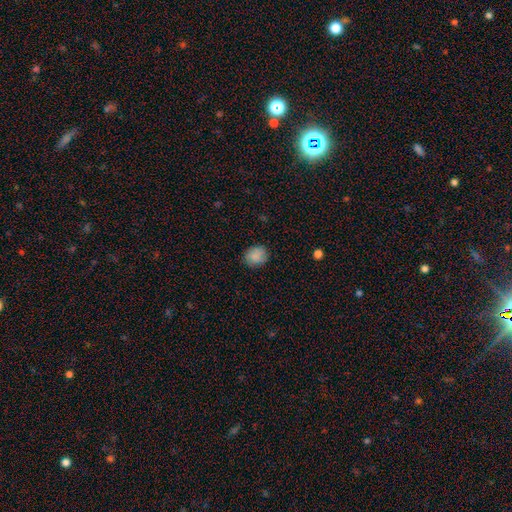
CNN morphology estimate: This is clearly a smooth galaxy (86%). How rounded: likely round (71%). Merging: clearly none (84%).